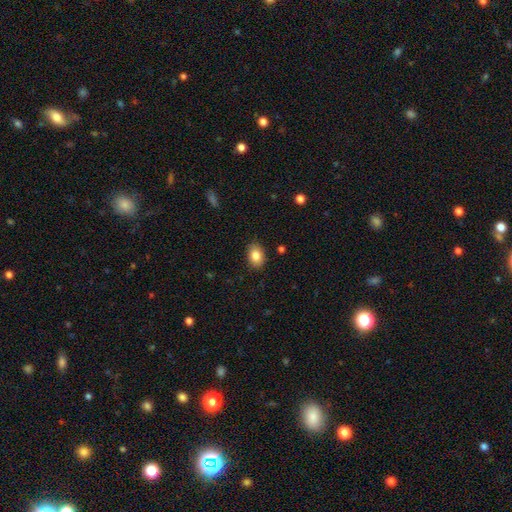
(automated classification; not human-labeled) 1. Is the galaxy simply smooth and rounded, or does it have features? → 84% smooth, 8% star or artifact, 8% featured or disk.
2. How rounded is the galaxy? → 77% in between, 22% round, 1% cigar-shaped.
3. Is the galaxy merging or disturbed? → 85% none, 12% minor disturbance, 2% major disturbance, 1% merger.